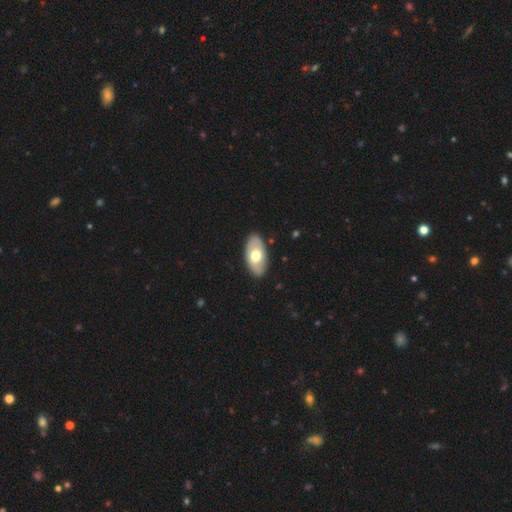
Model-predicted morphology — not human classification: This appears to be a smooth galaxy with no disk features (57%) that is in between round and cigar-shaped (94%). Merging: none (87%).